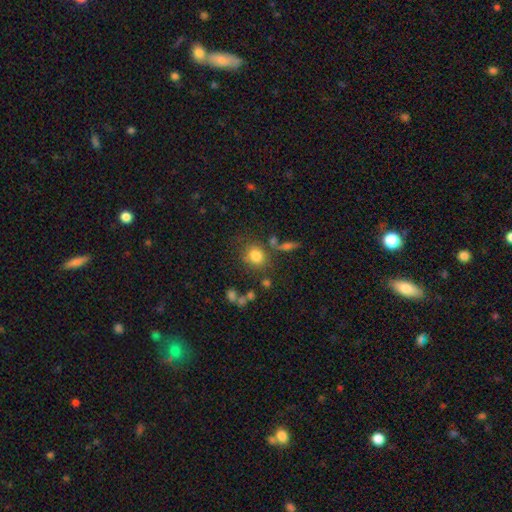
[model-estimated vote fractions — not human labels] Smooth or featured? Predicted: smooth (p=0.79). How rounded? Predicted: round (p=0.75). Merging? Predicted: none (p=0.69).